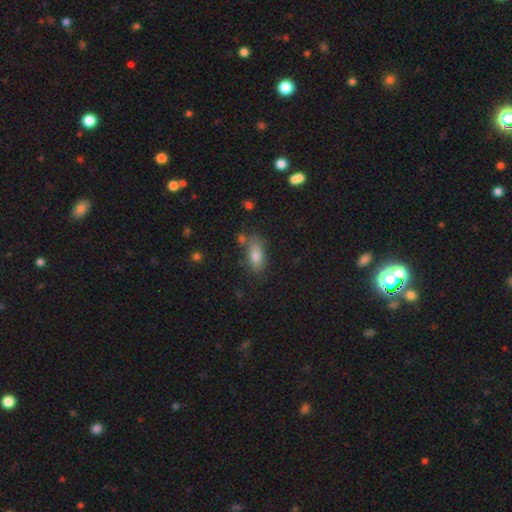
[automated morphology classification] Q: Smooth or featured?
A: smooth (78%); runner-up: featured or disk (12%)
Q: How rounded?
A: in between (81%); runner-up: cigar-shaped (15%)
Q: Merging?
A: none (71%); runner-up: minor disturbance (16%)